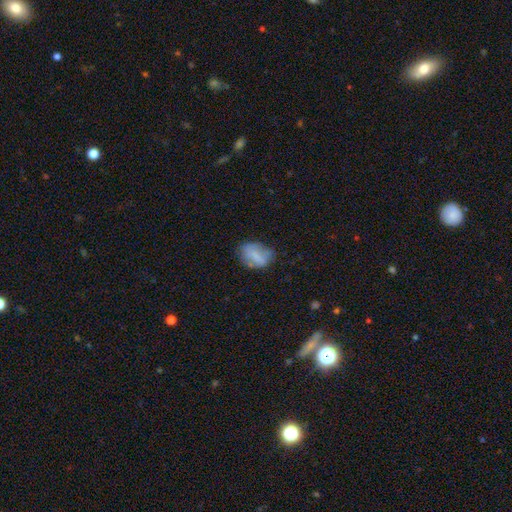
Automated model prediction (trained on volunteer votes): smooth 68%, featured or disk 23%, star or artifact 9%. Down the decision tree: how rounded — in between (79%); merging — none (58%).